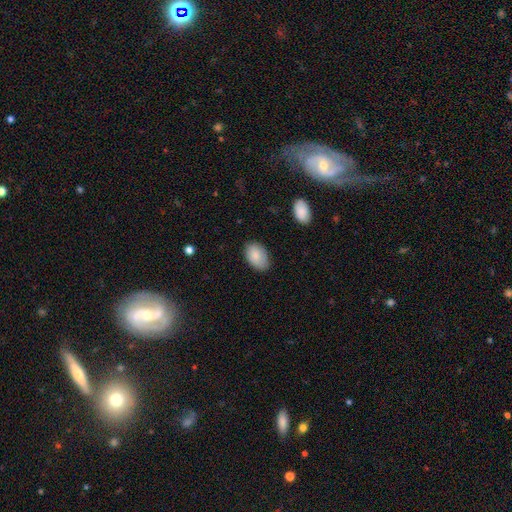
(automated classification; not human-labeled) A smooth galaxy with no disk features (86%) that is in between round and cigar-shaped (92%). Merging: none (80%).